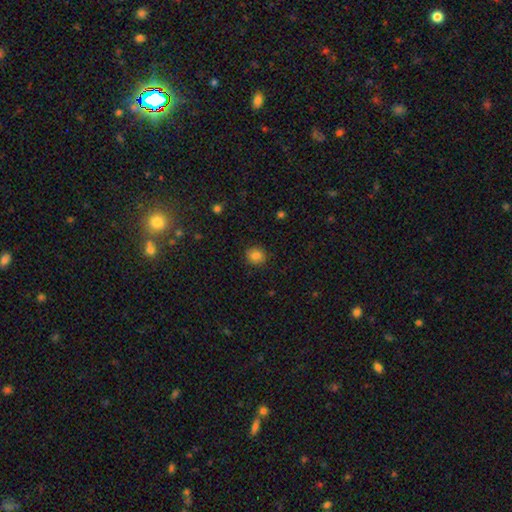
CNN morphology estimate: Smooth or featured? Predicted: smooth (p=0.83). How rounded? Predicted: round (p=0.83). Merging? Predicted: none (p=0.90).